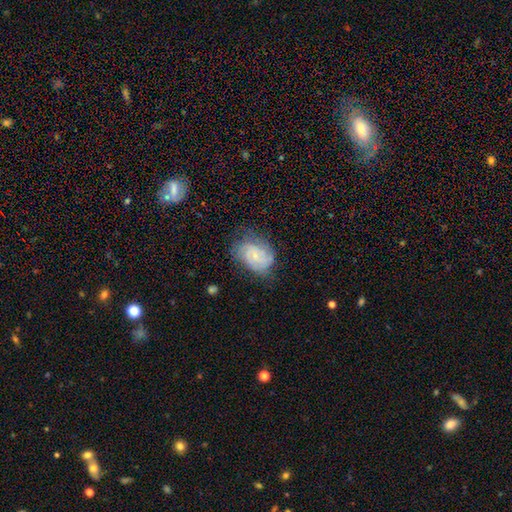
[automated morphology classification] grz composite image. It shows a featured or disk galaxy (64%) with no bar (60%), tight (54%) spiral arms (89%) and a small central bulge (72%). Merging: none (59%).